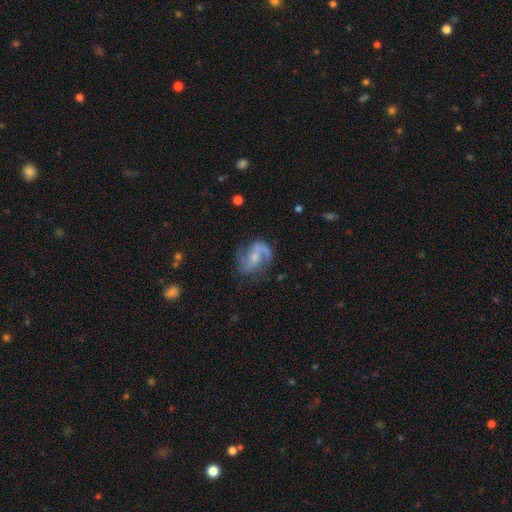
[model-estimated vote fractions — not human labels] This is clearly a featured or disk galaxy (85%). It is clearly not viewed edge-on (98%). Bar: possibly no (46%). Spiral arm pattern: clearly yes (96%). Spiral arm count: clearly 2 (83%). Spiral winding: possibly medium (46%). Central bulge: possibly small (48%). Merging: likely none (66%).